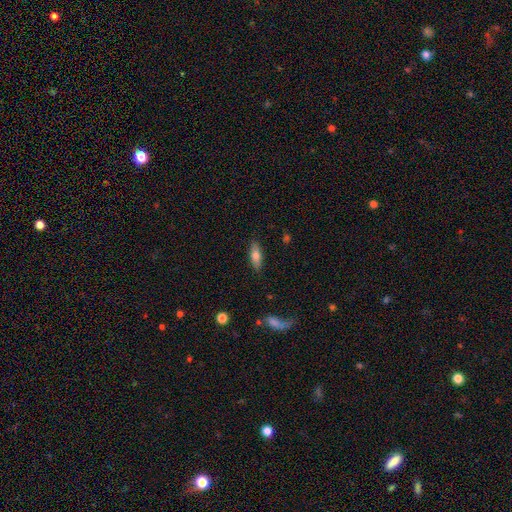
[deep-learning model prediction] This is likely a smooth galaxy (68%). How rounded: likely in between (61%). Merging: clearly none (86%).